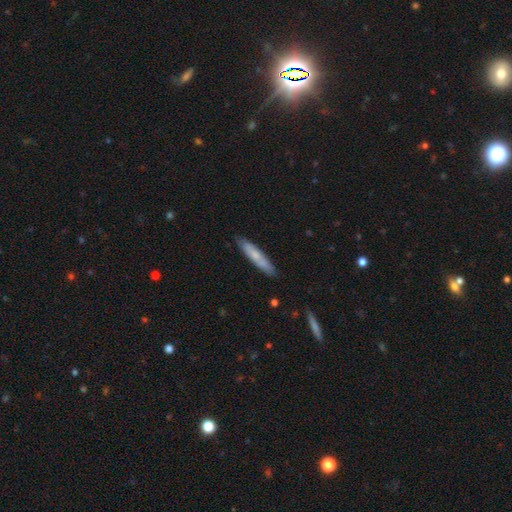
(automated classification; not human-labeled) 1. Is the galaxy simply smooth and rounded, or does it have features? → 66% smooth, 29% featured or disk, 6% star or artifact.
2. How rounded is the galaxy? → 89% cigar-shaped, 10% in between, 1% round.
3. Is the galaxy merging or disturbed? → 86% none, 11% minor disturbance, 2% major disturbance, 1% merger.